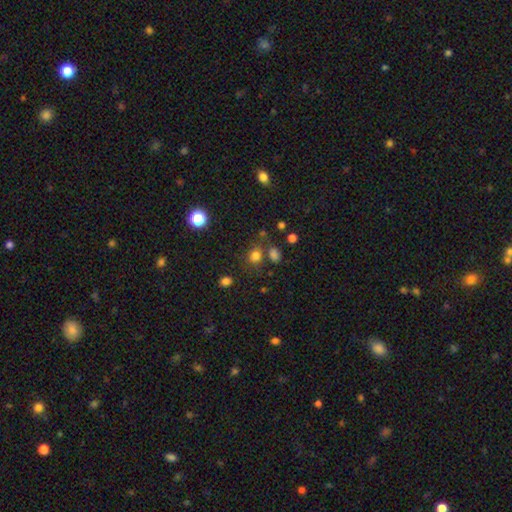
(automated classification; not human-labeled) smooth_or_featured: smooth (p=0.76) [alt: star or artifact p=0.18]
how_rounded: round (p=0.66) [alt: in between p=0.33]
merging: none (p=0.68) [alt: merger p=0.13]